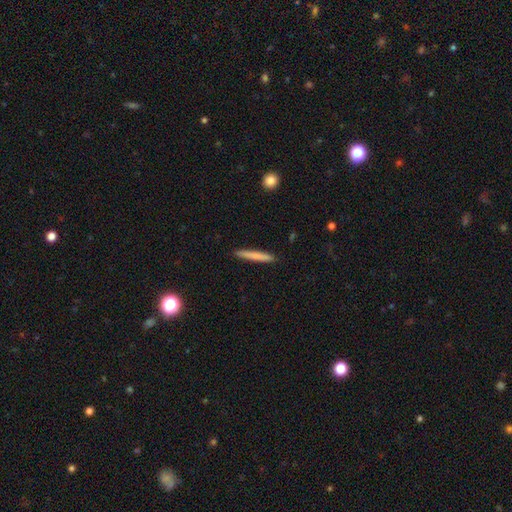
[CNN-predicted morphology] Smooth or featured?
  - smooth: 75% *
  - featured or disk: 19%
  - star or artifact: 6%
How rounded?
  - cigar-shaped: 96% *
  - in between: 3%
  - round: 1%
Merging?
  - none: 92% *
  - minor disturbance: 6%
  - major disturbance: 1%
  - merger: 1%